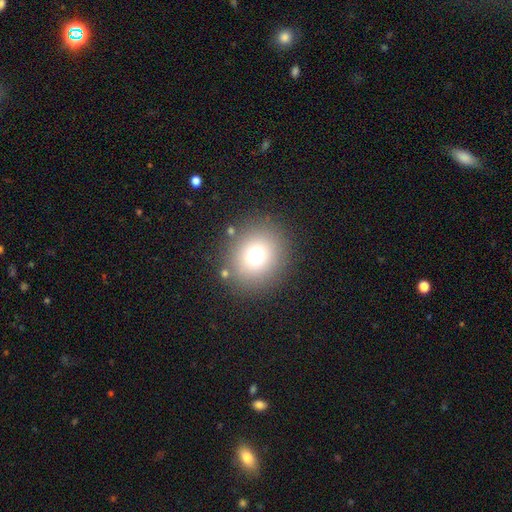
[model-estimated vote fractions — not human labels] A smooth galaxy with no disk features (71%) that is round (84%).

Vote fractions:
- Smooth or featured? smooth: 71% / star or artifact: 18% / featured or disk: 11%
- How rounded? round: 84% / in between: 15% / cigar-shaped: 1%
- Merging? none: 85% / minor disturbance: 8% / major disturbance: 4% / merger: 3%